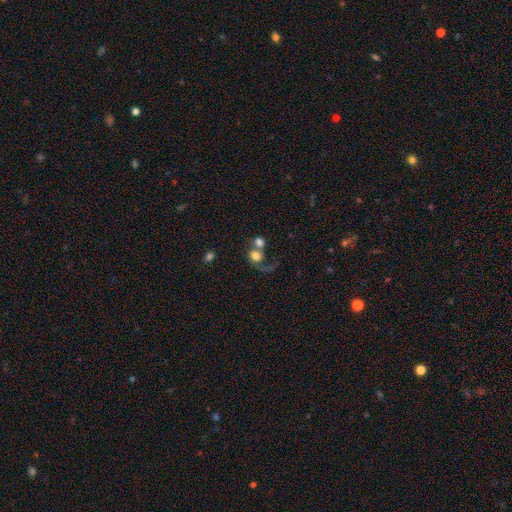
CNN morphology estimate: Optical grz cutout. It shows a smooth galaxy with no disk features (58%) that is round (69%). Merging: merger (61%).